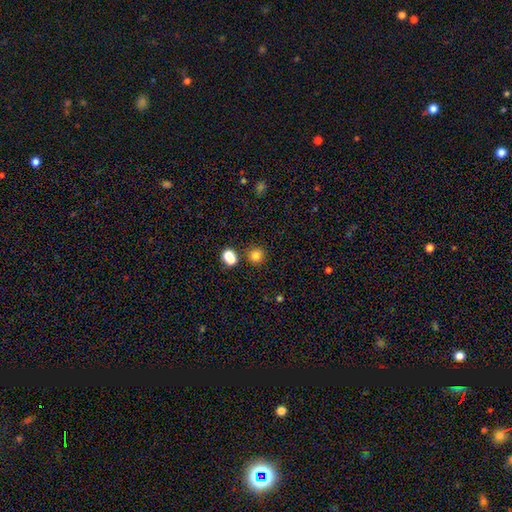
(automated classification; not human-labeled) Smooth or featured?
  - smooth: 79% *
  - star or artifact: 15%
  - featured or disk: 6%
How rounded?
  - round: 90% *
  - in between: 9%
  - cigar-shaped: 1%
Merging?
  - none: 78% *
  - merger: 12%
  - minor disturbance: 7%
  - major disturbance: 3%